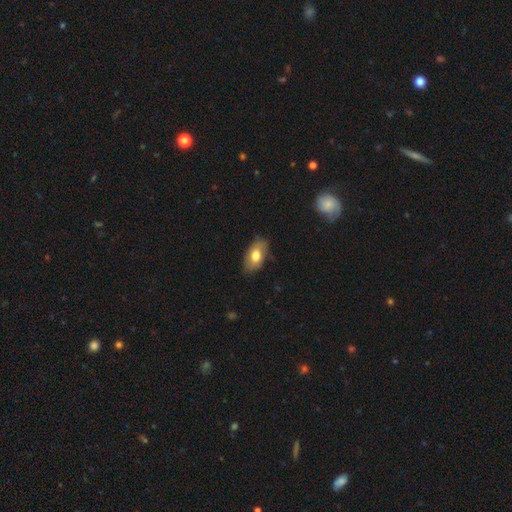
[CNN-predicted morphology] This appears to be a smooth galaxy with no disk features (71%) that is in between round and cigar-shaped (91%). Merging: none (73%).